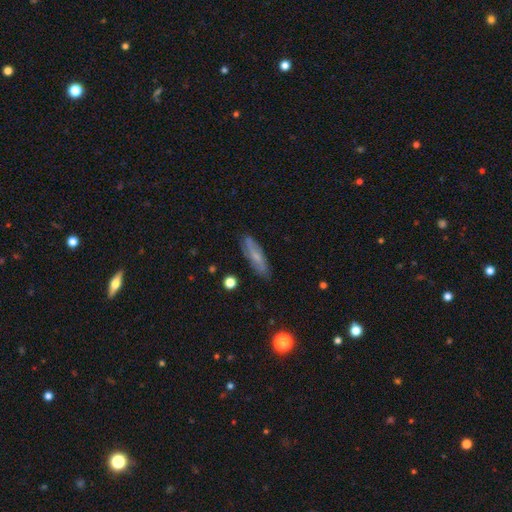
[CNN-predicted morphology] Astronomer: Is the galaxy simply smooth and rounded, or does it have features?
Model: smooth — 51% (runner-up: featured or disk, 41%).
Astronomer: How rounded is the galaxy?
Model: cigar-shaped — 59% (runner-up: in between, 38%).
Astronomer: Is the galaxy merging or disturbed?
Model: none — 81%.